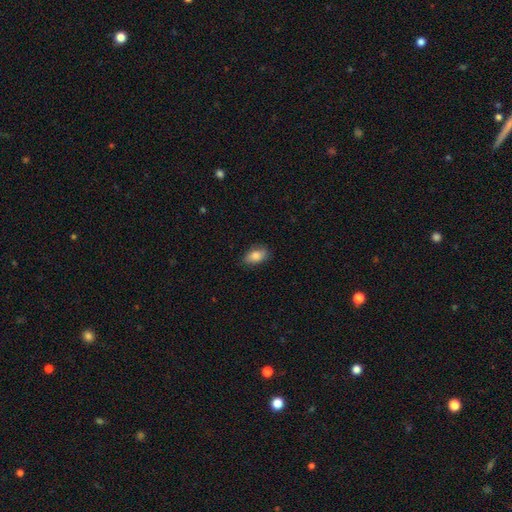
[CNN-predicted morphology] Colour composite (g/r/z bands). It shows a smooth galaxy with no disk features (84%) that is in between round and cigar-shaped (90%). Merging: none (81%).